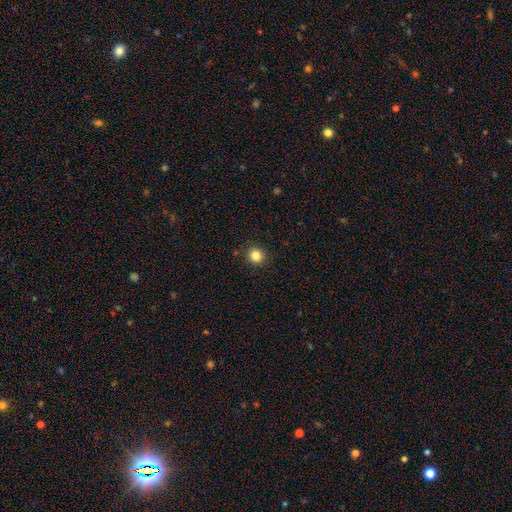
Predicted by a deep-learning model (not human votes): A smooth galaxy with no disk features (83%) that is round (93%).

Vote fractions:
- Smooth or featured? smooth: 83% / star or artifact: 12% / featured or disk: 5%
- How rounded? round: 93% / in between: 6% / cigar-shaped: 1%
- Merging? none: 91% / minor disturbance: 6% / major disturbance: 2% / merger: 1%